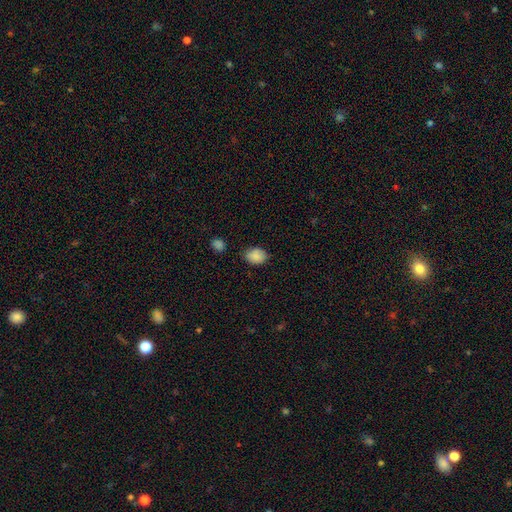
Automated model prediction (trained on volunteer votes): Smooth or featured? Predicted: smooth (p=0.87). How rounded? Predicted: in between (p=0.66). Merging? Predicted: none (p=0.76).